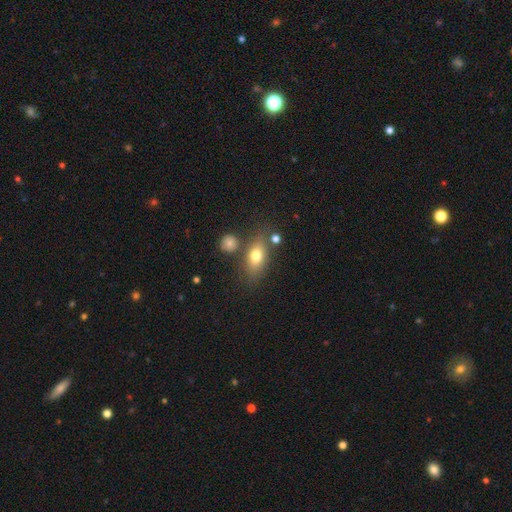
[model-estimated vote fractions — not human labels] Smooth or featured: smooth — 73% (featured or disk — 17%)
How rounded: in between — 78% (round — 13%)
Merging: none — 69% (minor disturbance — 15%)